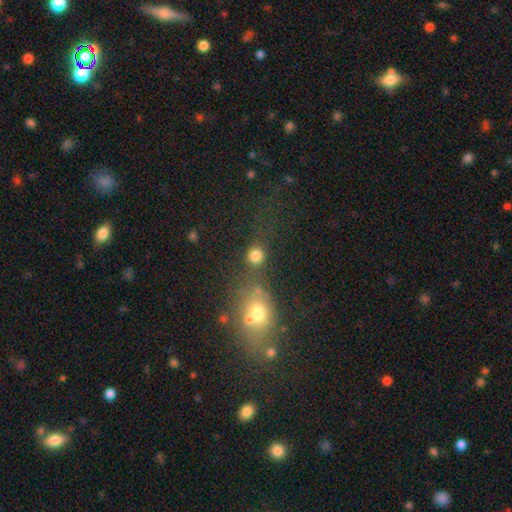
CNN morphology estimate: Q: Smooth or featured?
A: smooth (80%); runner-up: star or artifact (14%)
Q: How rounded?
A: round (86%); runner-up: in between (13%)
Q: Merging?
A: none (66%); runner-up: merger (17%)